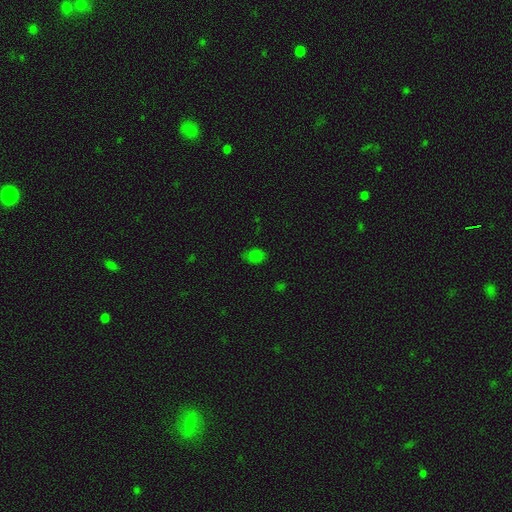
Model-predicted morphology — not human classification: The model was most divided on "how rounded": in between: 68%, round: 31%, cigar-shaped: 2%. More confident: smooth or featured — smooth (75%); merging — none (67%).